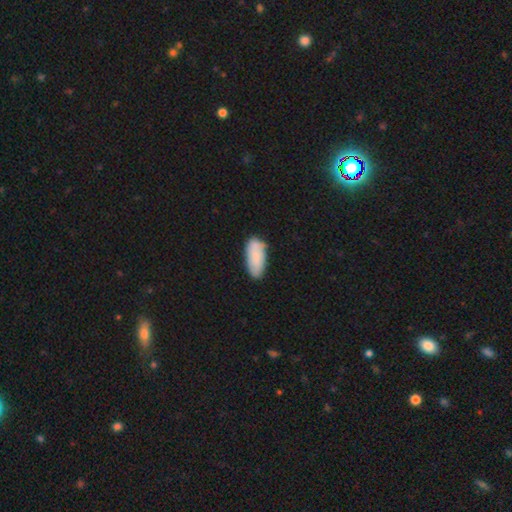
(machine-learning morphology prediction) A smooth galaxy with no disk features (82%) that is in between round and cigar-shaped (88%).

Vote fractions:
- Smooth or featured? smooth: 82% / featured or disk: 12% / star or artifact: 6%
- How rounded? in between: 88% / cigar-shaped: 10% / round: 2%
- Merging? none: 72% / minor disturbance: 21% / major disturbance: 4% / merger: 3%